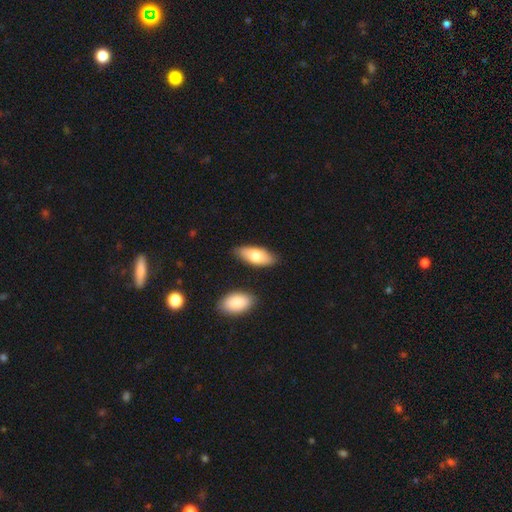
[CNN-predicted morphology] smooth_or_featured: smooth (p=0.74) [alt: featured or disk p=0.21]
how_rounded: in between (p=0.85) [alt: cigar-shaped p=0.13]
merging: none (p=0.82) [alt: minor disturbance p=0.12]